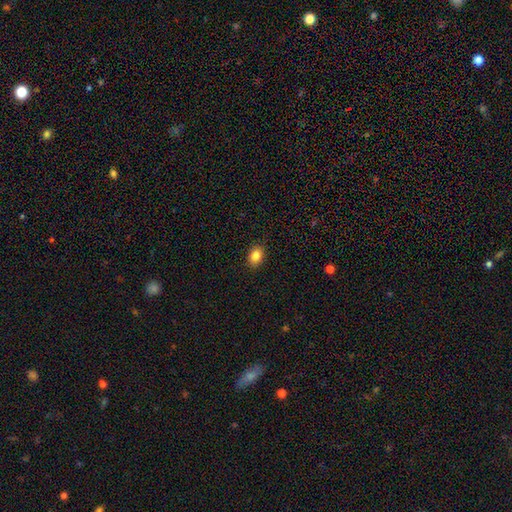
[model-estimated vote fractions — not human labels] Smooth or featured? Predicted: smooth (p=0.86). How rounded? Predicted: in between (p=0.74). Merging? Predicted: none (p=0.89).